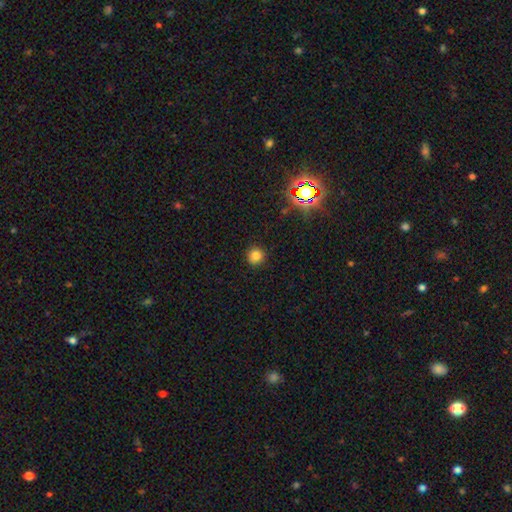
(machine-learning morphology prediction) smooth-or-featured: smooth: 79% | star or artifact: 16% | featured or disk: 6%
  how-rounded: round: 93% | in between: 6% | cigar-shaped: 1%
  merging: none: 91% | minor disturbance: 6% | major disturbance: 2% | merger: 1%